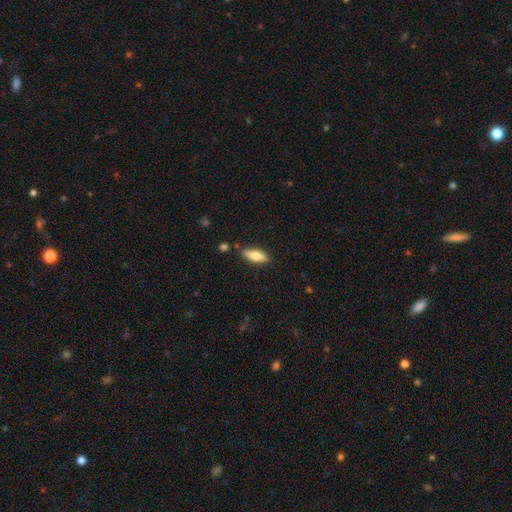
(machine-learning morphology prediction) smooth_or_featured: smooth (p=0.70) [alt: featured or disk p=0.23]
how_rounded: in between (p=0.58) [alt: cigar-shaped p=0.40]
merging: none (p=0.84) [alt: minor disturbance p=0.11]